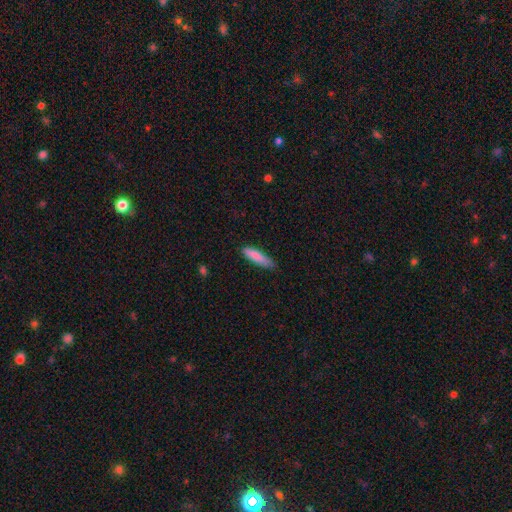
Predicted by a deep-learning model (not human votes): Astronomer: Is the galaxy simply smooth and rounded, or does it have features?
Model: smooth — 84%.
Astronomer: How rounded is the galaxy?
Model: cigar-shaped — 76%.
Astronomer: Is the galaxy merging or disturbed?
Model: none — 72%.